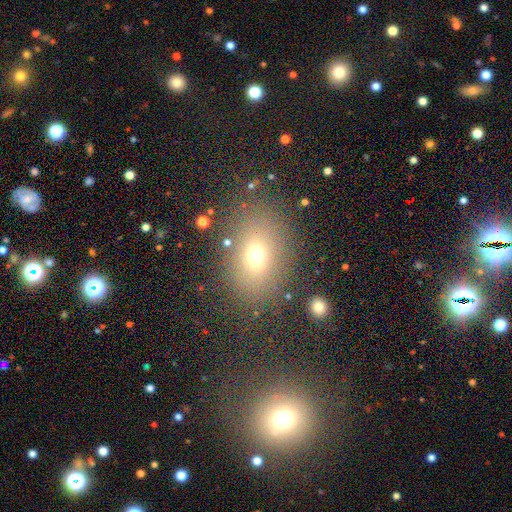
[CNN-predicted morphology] A smooth galaxy with no disk features (68%) that is in between round and cigar-shaped (67%).

Vote fractions:
- Smooth or featured? smooth: 68% / star or artifact: 19% / featured or disk: 13%
- How rounded? in between: 67% / round: 32% / cigar-shaped: 2%
- Merging? none: 78% / minor disturbance: 11% / major disturbance: 7% / merger: 4%